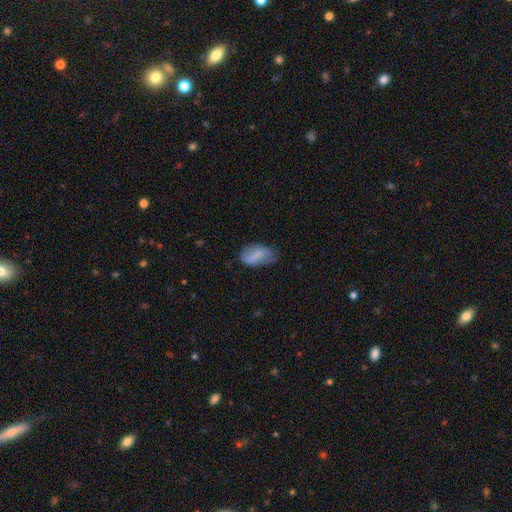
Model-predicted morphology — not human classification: This appears to be a smooth galaxy with no disk features (71%) that is in between round and cigar-shaped (91%). Merging: none (53%).